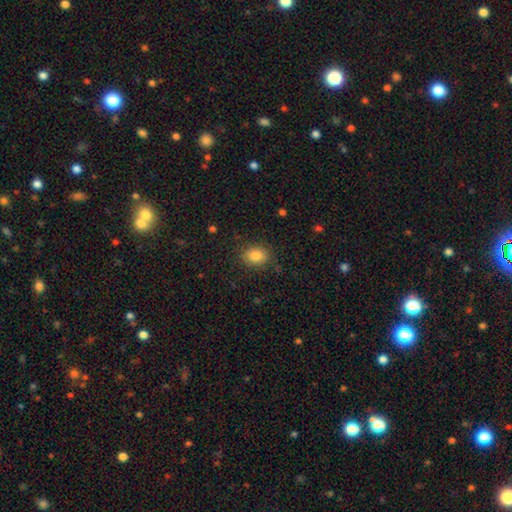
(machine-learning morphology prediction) Smooth or featured? smooth (84%)
How rounded? in between (60%)
Merging? none (84%)